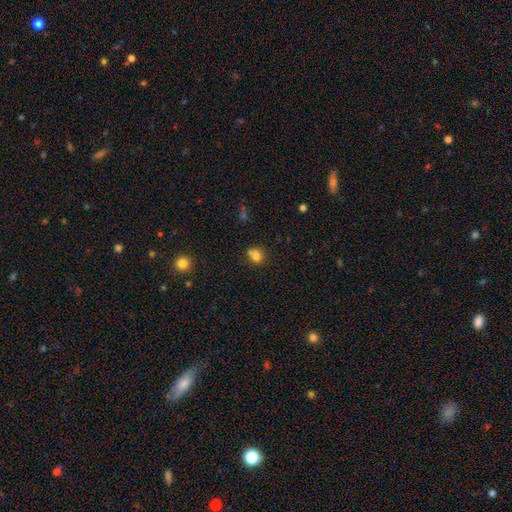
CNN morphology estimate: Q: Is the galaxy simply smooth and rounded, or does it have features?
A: smooth — 77%.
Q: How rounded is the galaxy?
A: round — 76%.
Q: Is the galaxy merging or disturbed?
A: none — 51%.